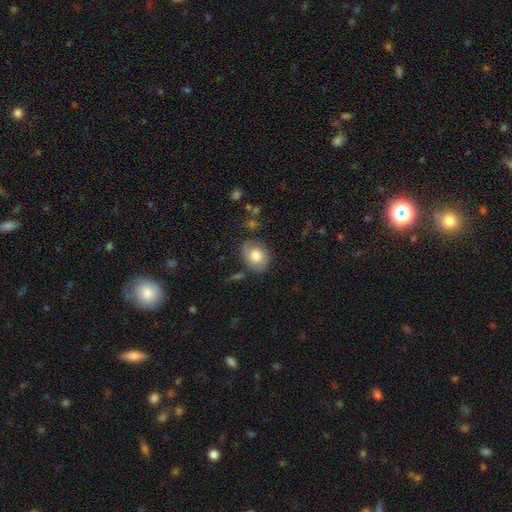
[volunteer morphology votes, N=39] Q: Smooth or featured?
A: smooth (72%); runner-up: featured or disk (23%)
Q: How rounded?
A: round (61%); runner-up: in between (39%)
Q: Merging?
A: none (51%); runner-up: minor disturbance (32%)